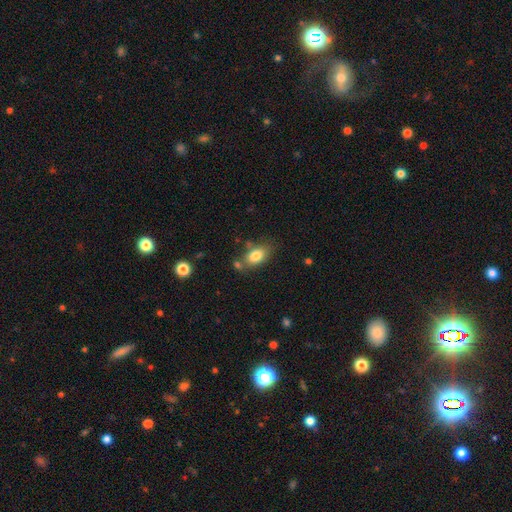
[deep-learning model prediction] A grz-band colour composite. It shows a smooth galaxy with no disk features (81%) that is in between round and cigar-shaped (87%). Merging: none (65%).